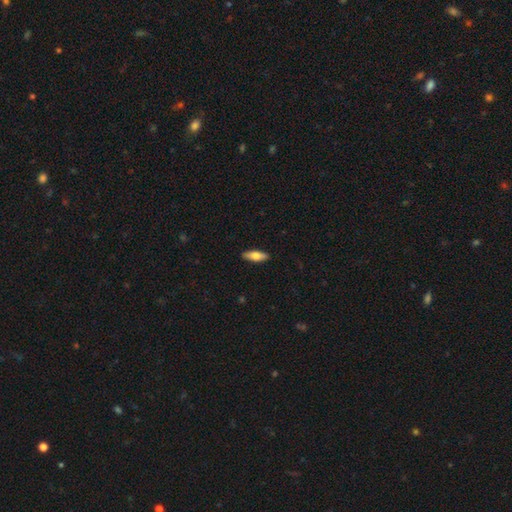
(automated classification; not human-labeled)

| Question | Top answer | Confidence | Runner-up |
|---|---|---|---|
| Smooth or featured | smooth | 71% | featured or disk (24%) |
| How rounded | in between | 65% | cigar-shaped (33%) |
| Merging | none | 90% | minor disturbance (7%) |